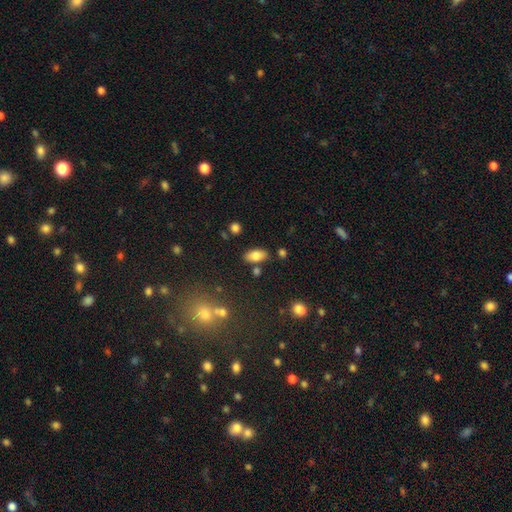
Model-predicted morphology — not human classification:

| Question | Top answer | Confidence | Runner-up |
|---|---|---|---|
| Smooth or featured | smooth | 79% | featured or disk (13%) |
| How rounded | in between | 91% | cigar-shaped (5%) |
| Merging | none | 80% | minor disturbance (11%) |